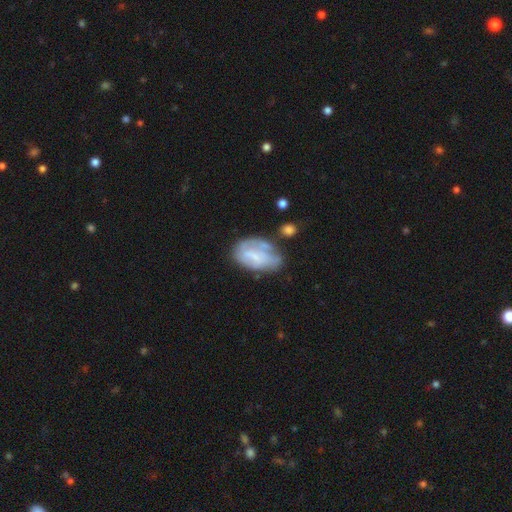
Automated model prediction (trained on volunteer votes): smooth-or-featured: featured or disk: 49% | smooth: 43% | star or artifact: 8%
  merging: none: 41% | minor disturbance: 30% | major disturbance: 18% | merger: 11%